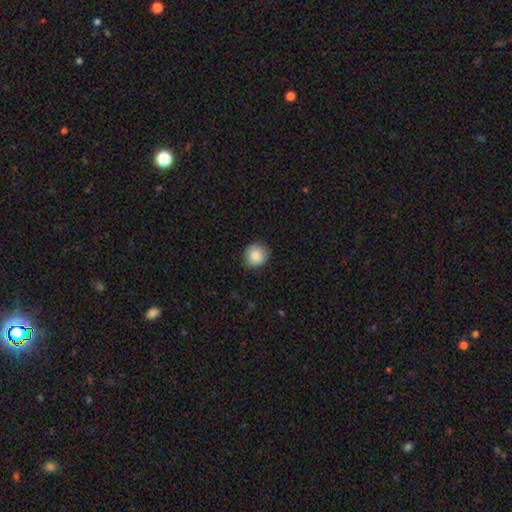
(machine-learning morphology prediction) This appears to be a smooth galaxy with no disk features (87%) that is round (90%). Merging: none (87%).